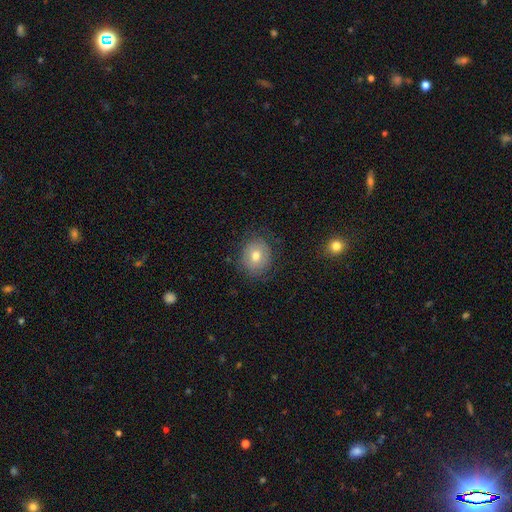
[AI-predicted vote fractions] Smooth or featured? smooth (66%)
How rounded? round (73%)
Merging? none (77%)